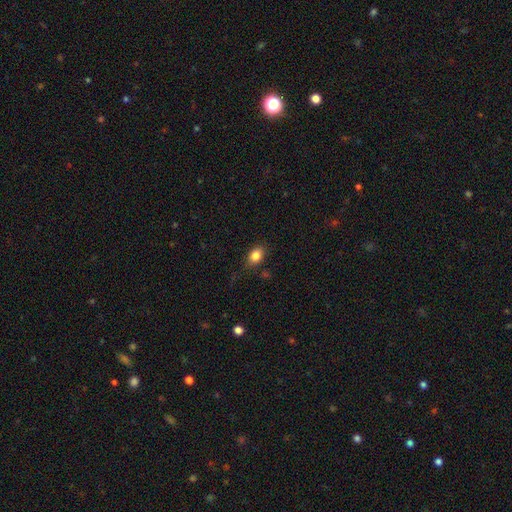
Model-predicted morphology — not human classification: The model was most divided on "how rounded": in between: 71%, round: 27%, cigar-shaped: 2%. More confident: smooth or featured — smooth (84%); merging — none (77%).